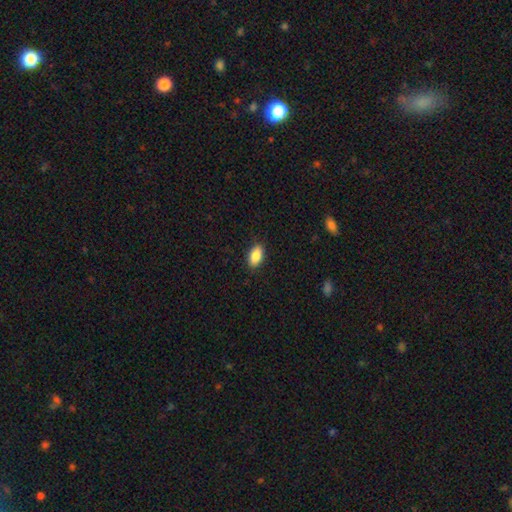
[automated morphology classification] smooth-or-featured: smooth: 86% | featured or disk: 7% | star or artifact: 7%
  how-rounded: in between: 91% | round: 5% | cigar-shaped: 4%
  merging: none: 89% | minor disturbance: 9% | major disturbance: 2% | merger: 1%